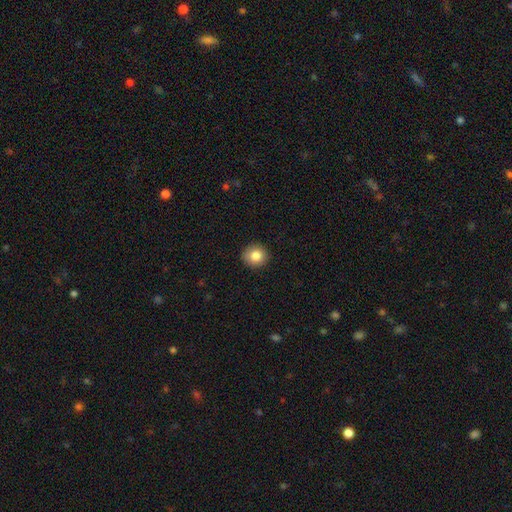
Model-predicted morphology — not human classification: Smooth or featured? smooth (83%)
How rounded? round (90%)
Merging? none (90%)